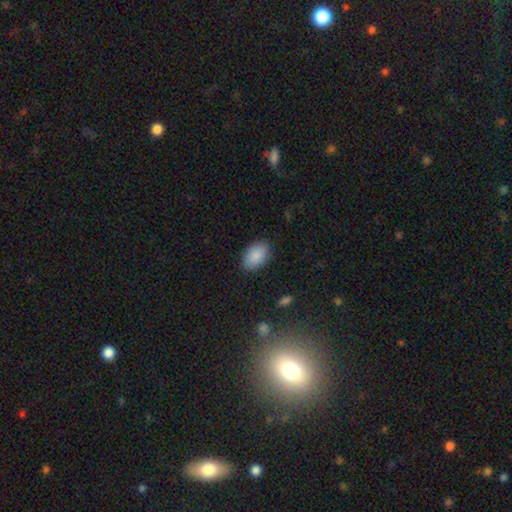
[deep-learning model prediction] Q: Smooth or featured?
A: smooth (89%); runner-up: star or artifact (7%)
Q: How rounded?
A: in between (92%); runner-up: round (7%)
Q: Merging?
A: none (87%); runner-up: minor disturbance (10%)